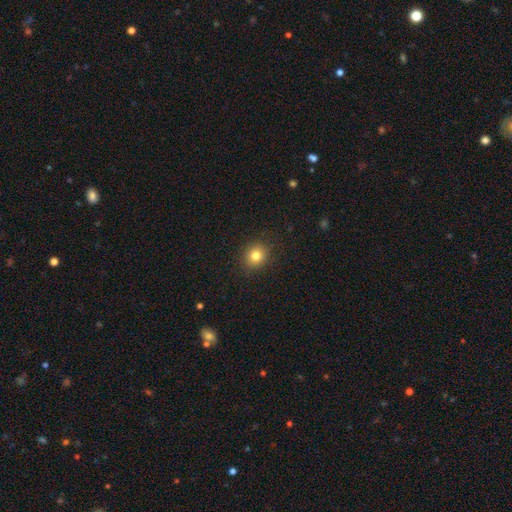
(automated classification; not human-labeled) Smooth or featured? smooth (81%)
How rounded? round (81%)
Merging? none (90%)